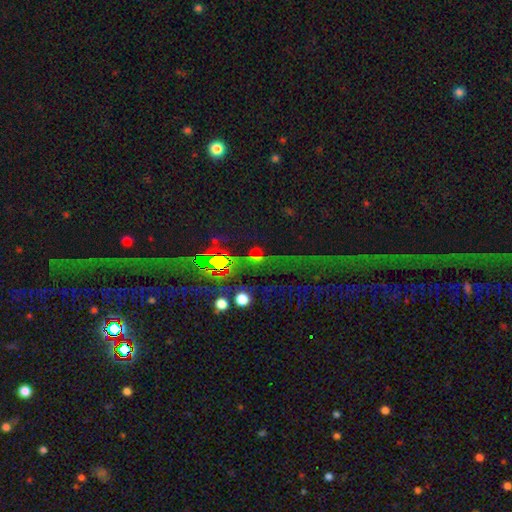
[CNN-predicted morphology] type=star or artifact (63%).